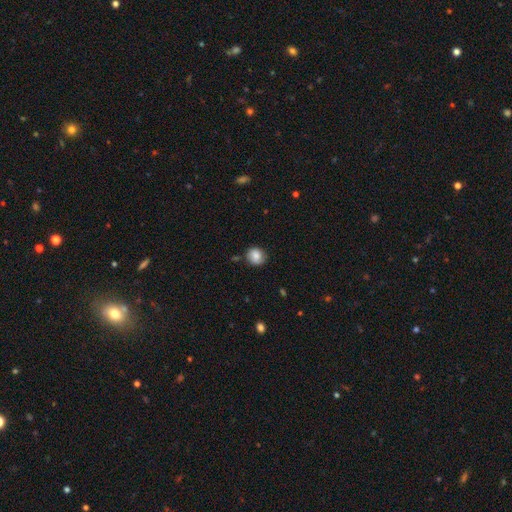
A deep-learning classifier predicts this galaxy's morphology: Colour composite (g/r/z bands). It shows a smooth galaxy with no disk features (81%) that is round (85%). Merging: none (79%).